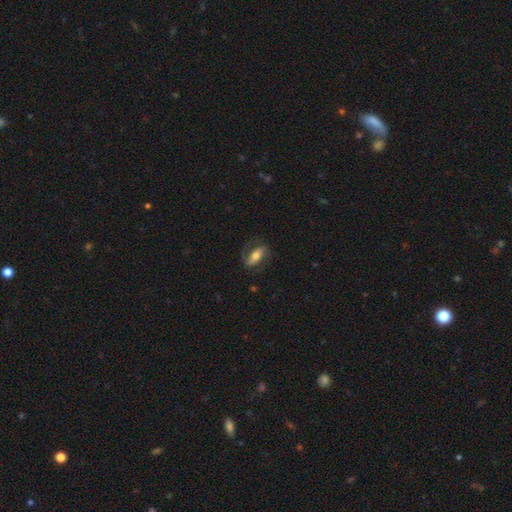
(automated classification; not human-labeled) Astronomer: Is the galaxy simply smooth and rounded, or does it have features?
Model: featured or disk — 51% (runner-up: smooth, 42%).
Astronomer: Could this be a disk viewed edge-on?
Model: no — 85%.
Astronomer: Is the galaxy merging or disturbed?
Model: none — 70%.